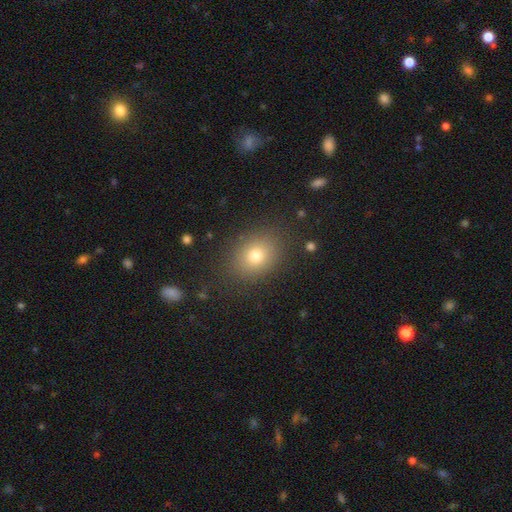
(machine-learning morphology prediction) Smooth or featured: smooth — 76% (star or artifact — 14%)
How rounded: in between — 54% (round — 45%)
Merging: none — 86% (minor disturbance — 9%)